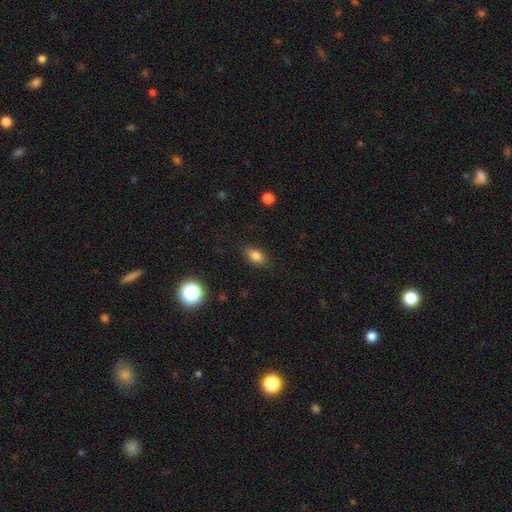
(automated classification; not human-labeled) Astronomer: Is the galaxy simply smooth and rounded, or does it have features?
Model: smooth — 81%.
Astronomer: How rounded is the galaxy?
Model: in between — 85%.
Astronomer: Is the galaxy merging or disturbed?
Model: none — 85%.